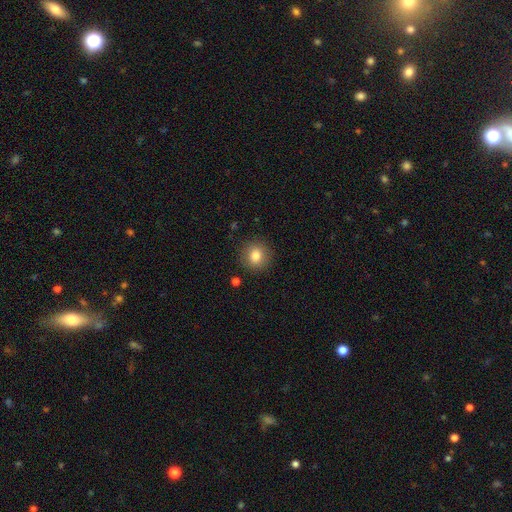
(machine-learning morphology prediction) smooth 82%, star or artifact 10%, featured or disk 8%. Down the decision tree: how rounded — round (89%); merging — none (89%).